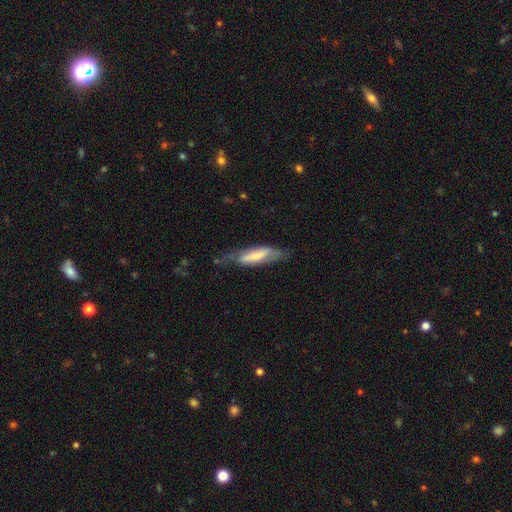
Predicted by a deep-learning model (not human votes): smooth-or-featured: featured or disk: 48% | smooth: 46% | star or artifact: 6%
  merging: none: 47% | minor disturbance: 30% | major disturbance: 20% | merger: 3%